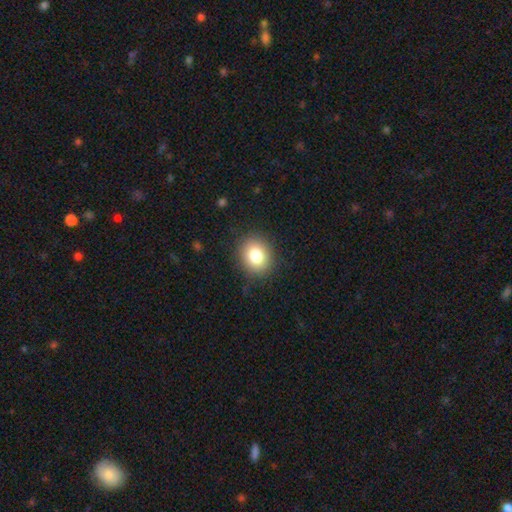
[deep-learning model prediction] smooth-or-featured: smooth: 82% | star or artifact: 10% | featured or disk: 8%
  how-rounded: round: 58% | in between: 41% | cigar-shaped: 1%
  merging: none: 87% | minor disturbance: 9% | major disturbance: 3% | merger: 1%